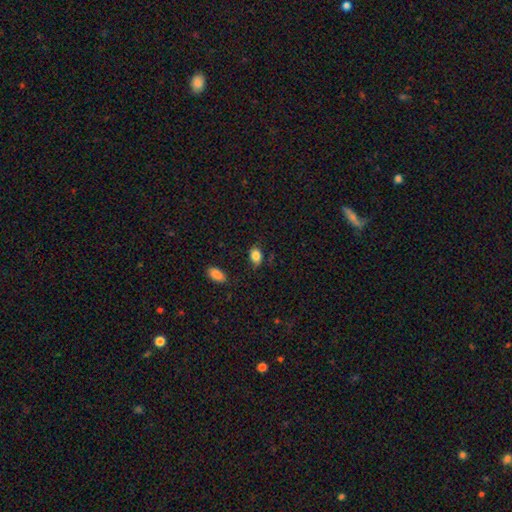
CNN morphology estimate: This appears to be a smooth galaxy with no disk features (86%) that is in between round and cigar-shaped (80%). Merging: none (75%).